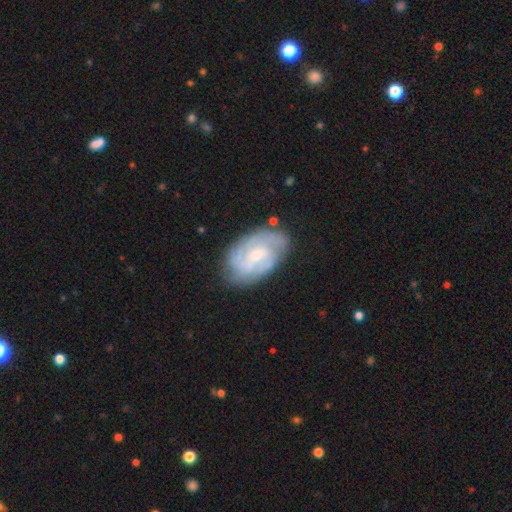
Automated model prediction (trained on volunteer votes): Smooth or featured: featured or disk — 79% (smooth — 16%)
Edge-on disk: no — 96% (yes — 4%)
Bar: weak — 47% (no — 44%)
Spiral arms: yes — 92% (no — 8%)
Spiral winding: tight — 59% (medium — 32%)
Spiral arm count: can't tell — 34% (2 — 29%)
Bulge size: small — 63% (moderate — 33%)
Merging: none — 74% (minor disturbance — 19%)